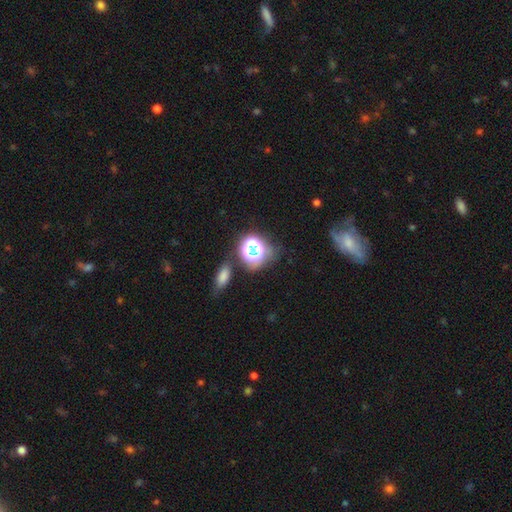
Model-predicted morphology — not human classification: A star or artifact, not a galaxy (51%).

Vote fractions:
- Smooth or featured? star or artifact: 51% / smooth: 39% / featured or disk: 10%